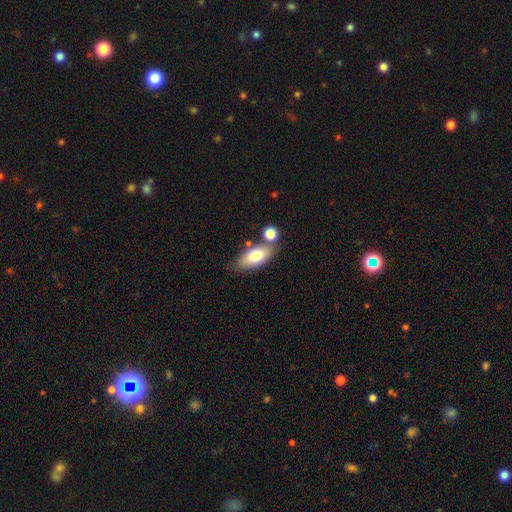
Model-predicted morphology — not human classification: smooth-or-featured: smooth: 76% | featured or disk: 17% | star or artifact: 7%
  how-rounded: in between: 85% | cigar-shaped: 11% | round: 4%
  merging: none: 62% | merger: 20% | minor disturbance: 14% | major disturbance: 4%